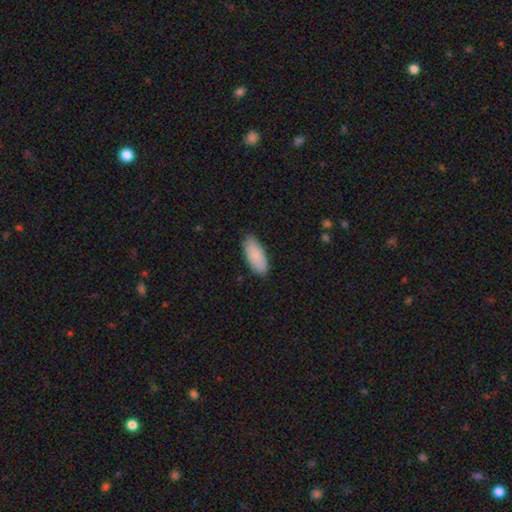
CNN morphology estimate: This is clearly a smooth galaxy (89%). How rounded: clearly in between (85%). Merging: clearly none (85%).